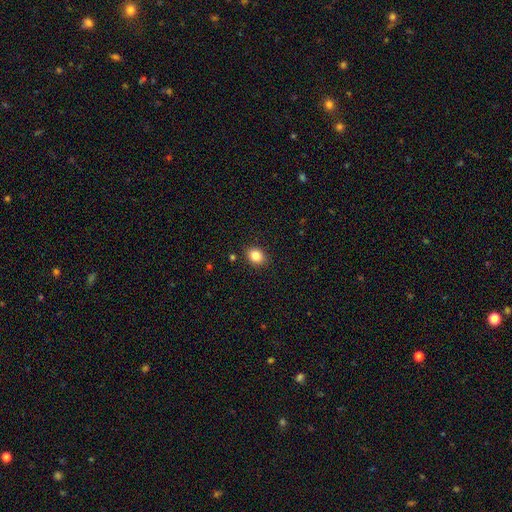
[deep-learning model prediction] The model was most divided on "how rounded": in between: 52%, round: 47%, cigar-shaped: 1%. More confident: merging — none (89%); smooth or featured — smooth (84%).